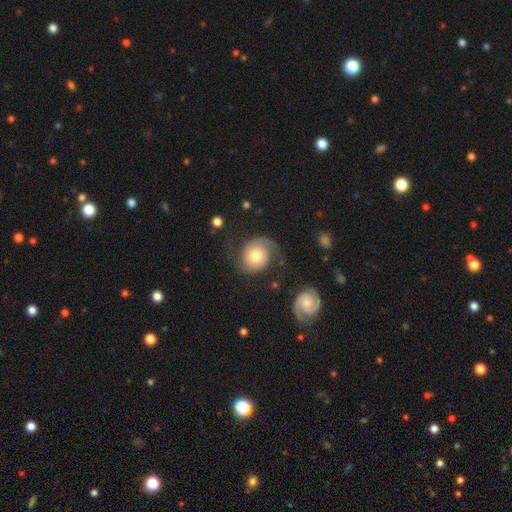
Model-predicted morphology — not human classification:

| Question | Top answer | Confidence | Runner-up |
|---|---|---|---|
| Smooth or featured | featured or disk | 73% | smooth (20%) |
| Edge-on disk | no | 98% | yes (2%) |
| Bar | no | 75% | weak (21%) |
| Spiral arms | yes | 95% | no (5%) |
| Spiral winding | medium | 41% | tight (39%) |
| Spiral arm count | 2 | 82% | 1 (9%) |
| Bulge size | moderate | 65% | large (18%) |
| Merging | none | 64% | minor disturbance (19%) |